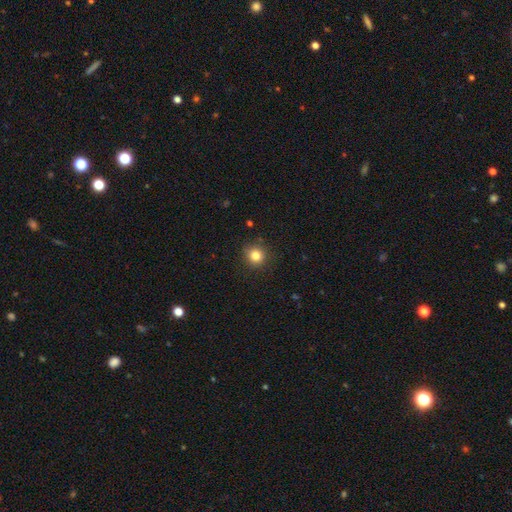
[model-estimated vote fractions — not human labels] The model was most divided on "smooth or featured": smooth: 82%, star or artifact: 12%, featured or disk: 5%. More confident: how rounded — round (93%); merging — none (89%).